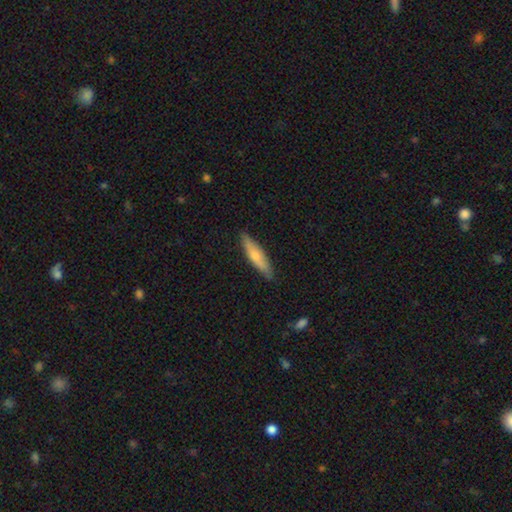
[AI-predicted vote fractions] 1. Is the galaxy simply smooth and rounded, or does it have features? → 65% smooth, 29% featured or disk, 6% star or artifact.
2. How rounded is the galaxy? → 81% cigar-shaped, 18% in between, 2% round.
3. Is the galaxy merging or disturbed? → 87% none, 10% minor disturbance, 2% major disturbance, 1% merger.